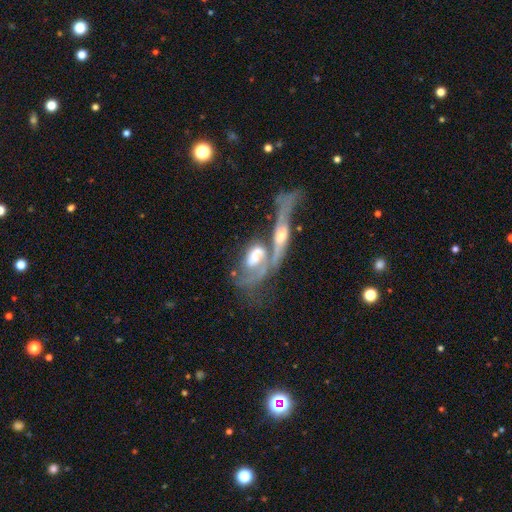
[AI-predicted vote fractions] smooth-or-featured: featured or disk: 67% | smooth: 26% | star or artifact: 7%
  disk-edge-on: no: 69% | yes: 31%
  merging: merger: 66% | none: 14% | major disturbance: 12% | minor disturbance: 9%